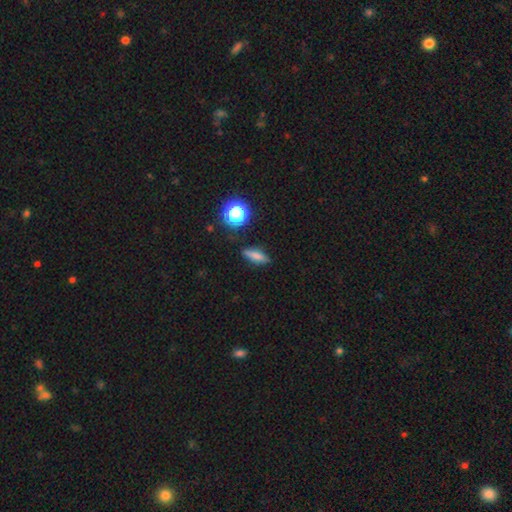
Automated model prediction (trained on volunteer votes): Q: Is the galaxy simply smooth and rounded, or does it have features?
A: smooth — 72%.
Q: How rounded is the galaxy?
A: cigar-shaped — 54%.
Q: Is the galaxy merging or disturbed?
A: none — 78%.